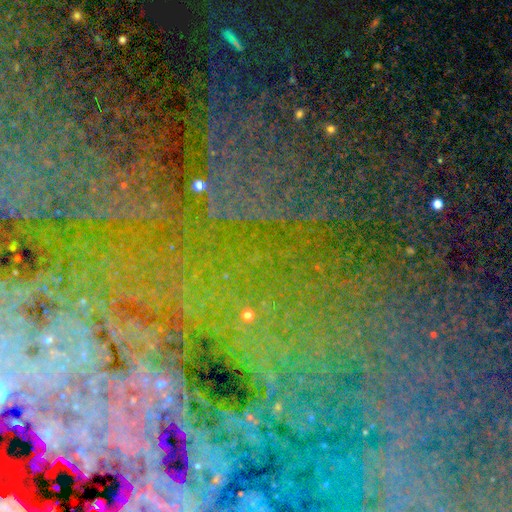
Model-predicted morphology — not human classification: star or artifact 74%, featured or disk 16%, smooth 10%.